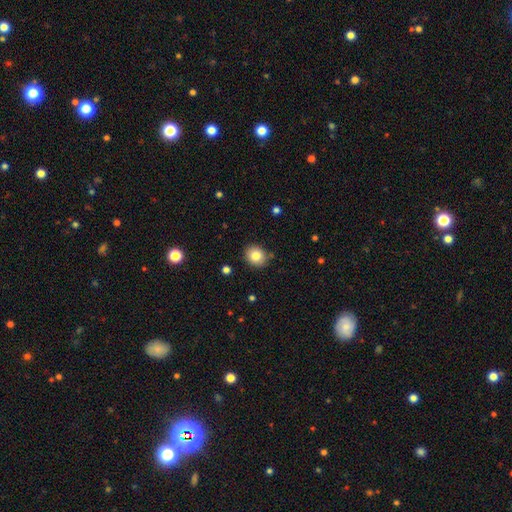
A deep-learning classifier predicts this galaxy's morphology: Smooth or featured: smooth — 82% (star or artifact — 10%)
How rounded: round — 73% (in between — 26%)
Merging: none — 86% (minor disturbance — 10%)